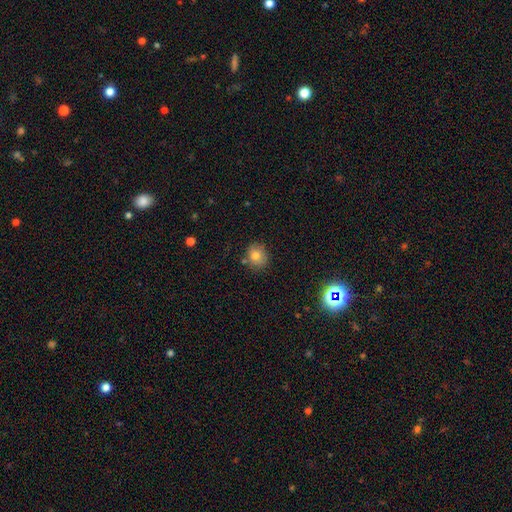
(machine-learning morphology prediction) This appears to be a smooth galaxy with no disk features (79%) that is round (74%). Merging: none (78%).